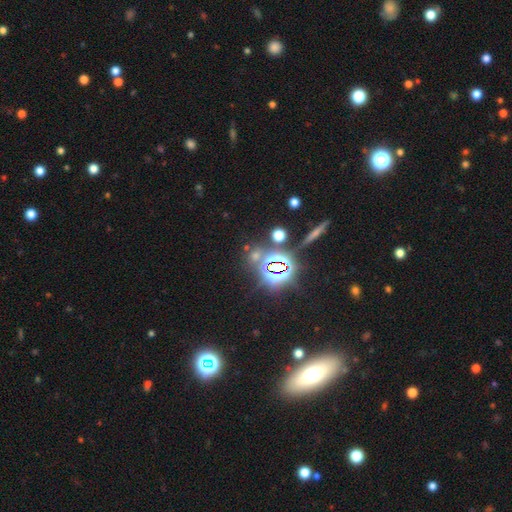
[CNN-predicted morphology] Q: Smooth or featured?
A: star or artifact (66%); runner-up: smooth (25%)